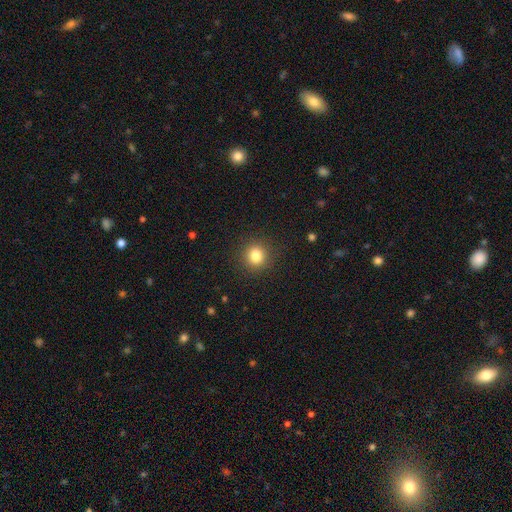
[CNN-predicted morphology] This appears to be a smooth galaxy with no disk features (82%) that is round (91%). Merging: none (91%).